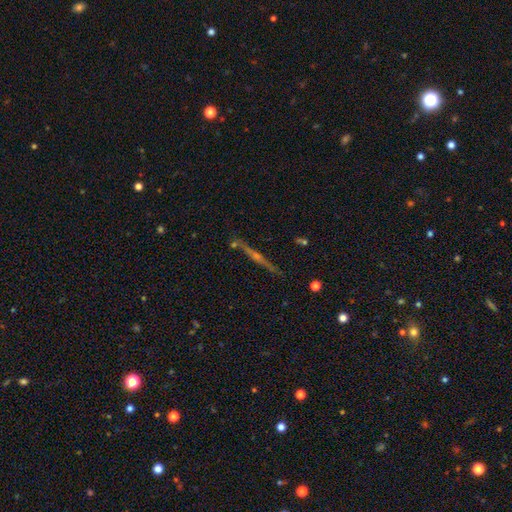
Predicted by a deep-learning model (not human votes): This appears to be a featured or disk galaxy (76%) viewed edge-on (97%) with a rounded central bulge (75%). Merging: none (86%).